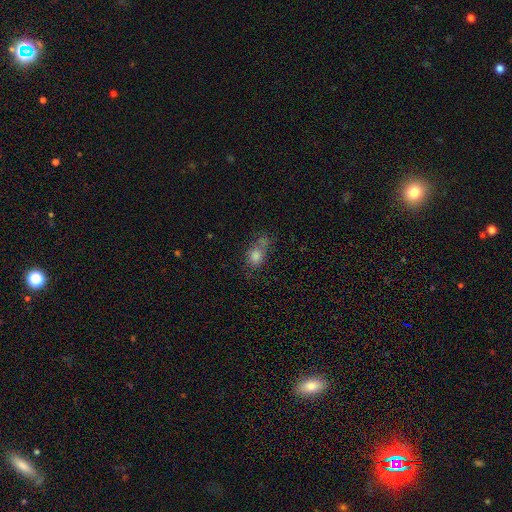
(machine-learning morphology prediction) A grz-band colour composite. It shows a smooth galaxy with no disk features (75%) that is round (50%). Merging: none (42%).